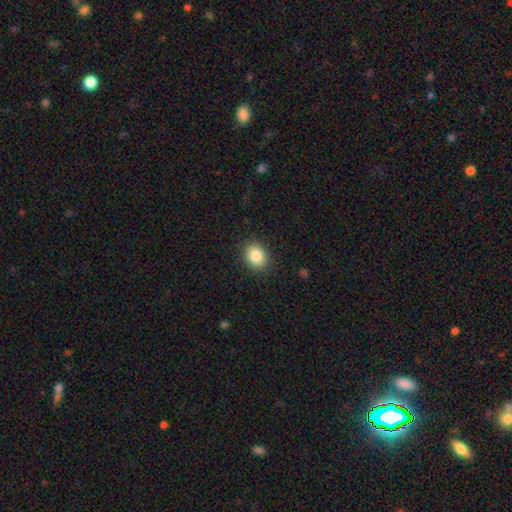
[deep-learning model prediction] Smooth or featured?
  - smooth: 85% *
  - star or artifact: 9%
  - featured or disk: 6%
How rounded?
  - in between: 51% *
  - round: 48%
  - cigar-shaped: 1%
Merging?
  - none: 88% *
  - minor disturbance: 9%
  - major disturbance: 2%
  - merger: 1%